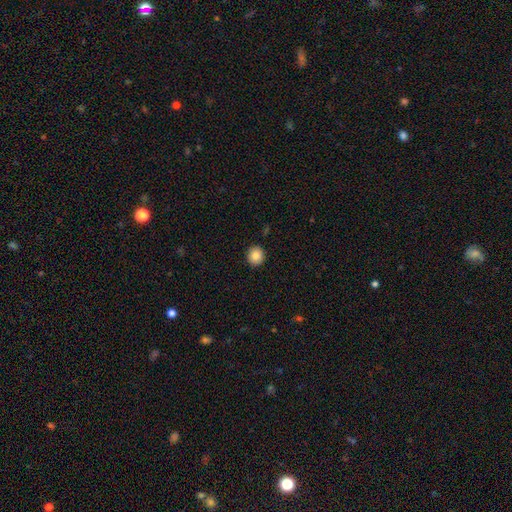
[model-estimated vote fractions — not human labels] Smooth or featured?
  - smooth: 85% *
  - star or artifact: 9%
  - featured or disk: 6%
How rounded?
  - round: 89% *
  - in between: 10%
  - cigar-shaped: 1%
Merging?
  - none: 92% *
  - minor disturbance: 5%
  - major disturbance: 2%
  - merger: 1%